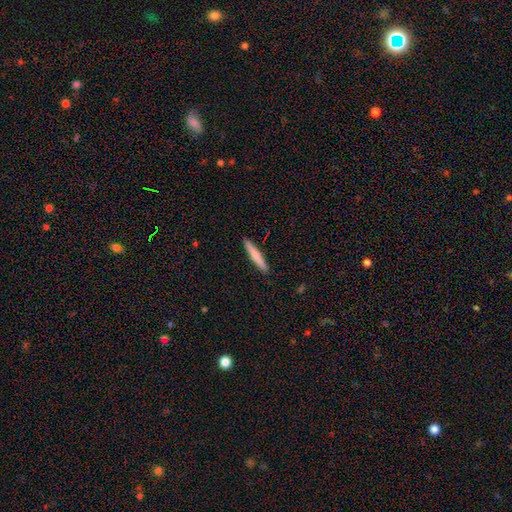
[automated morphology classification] smooth_or_featured: smooth (p=0.74) [alt: featured or disk p=0.21]
how_rounded: cigar-shaped (p=0.95) [alt: in between p=0.04]
merging: none (p=0.92) [alt: minor disturbance p=0.06]